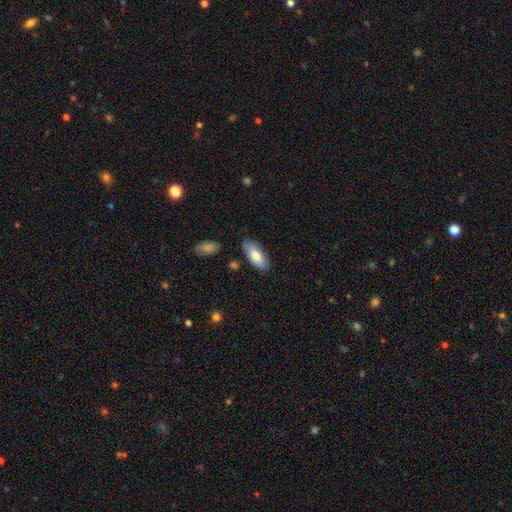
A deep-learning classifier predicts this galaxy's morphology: A smooth galaxy with no disk features (78%) that is in between round and cigar-shaped (87%). Merging: none (82%).